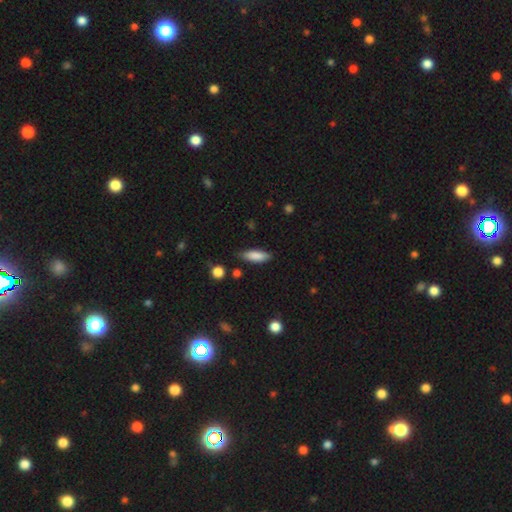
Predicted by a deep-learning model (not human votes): smooth 83%, featured or disk 10%, star or artifact 6%. Down the decision tree: how rounded — in between (56%); merging — none (81%).